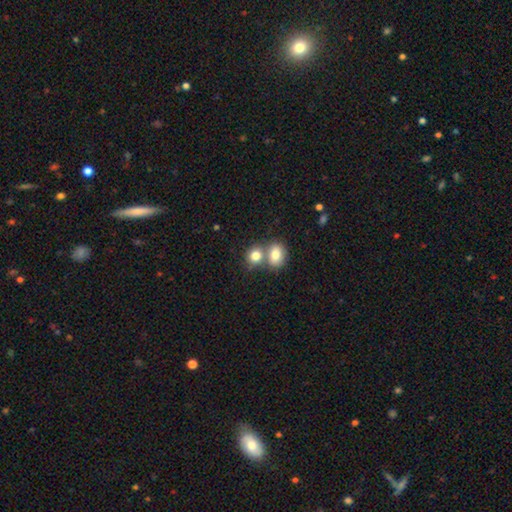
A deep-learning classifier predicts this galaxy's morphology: Q: Smooth or featured?
A: smooth (82%); runner-up: featured or disk (9%)
Q: How rounded?
A: round (63%); runner-up: in between (36%)
Q: Merging?
A: merger (52%); runner-up: none (38%)